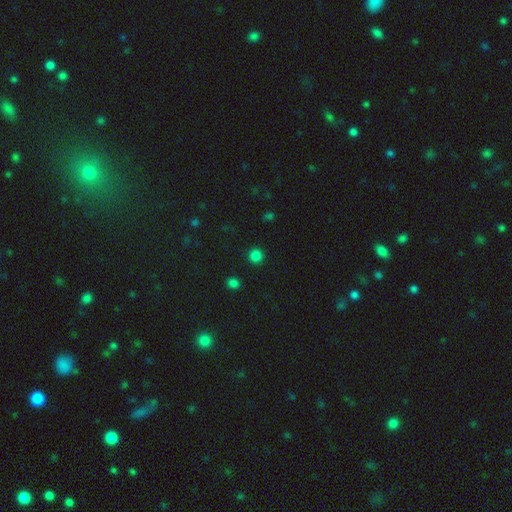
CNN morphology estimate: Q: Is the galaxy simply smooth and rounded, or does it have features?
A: smooth — 83%.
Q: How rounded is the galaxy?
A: round — 95%.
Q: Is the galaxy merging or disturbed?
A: none — 92%.